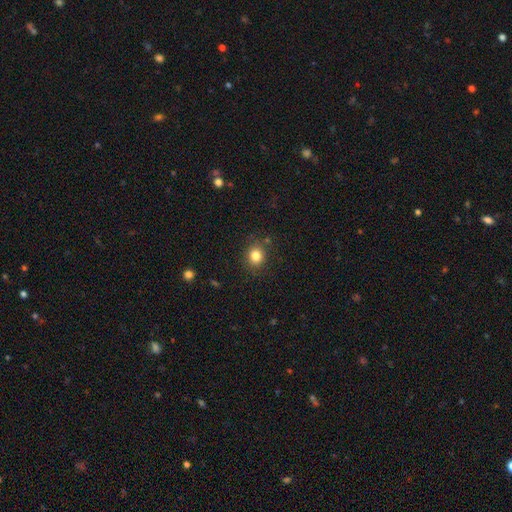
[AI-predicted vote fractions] Smooth or featured?
  - smooth: 82% *
  - star or artifact: 12%
  - featured or disk: 6%
How rounded?
  - round: 76% *
  - in between: 24%
  - cigar-shaped: 1%
Merging?
  - none: 85% *
  - minor disturbance: 10%
  - major disturbance: 3%
  - merger: 2%